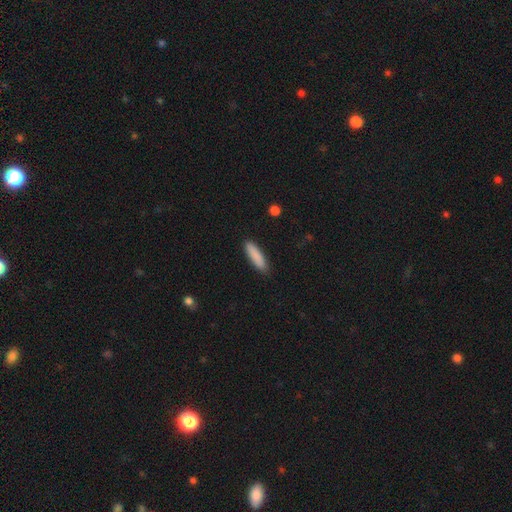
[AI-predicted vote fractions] A smooth galaxy with no disk features (88%) that is cigar-shaped (69%).

Vote fractions:
- Smooth or featured? smooth: 88% / featured or disk: 6% / star or artifact: 6%
- How rounded? cigar-shaped: 69% / in between: 29% / round: 1%
- Merging? none: 87% / minor disturbance: 10% / major disturbance: 2% / merger: 1%